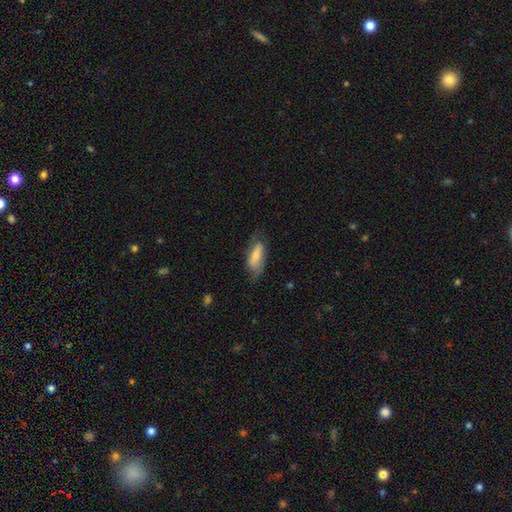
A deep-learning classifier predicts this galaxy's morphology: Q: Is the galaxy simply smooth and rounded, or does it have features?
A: smooth — 57%.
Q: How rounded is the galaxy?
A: in between — 73%.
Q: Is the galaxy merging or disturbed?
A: none — 61%.